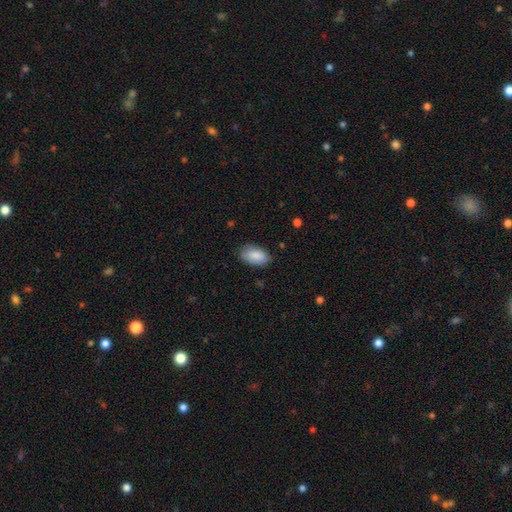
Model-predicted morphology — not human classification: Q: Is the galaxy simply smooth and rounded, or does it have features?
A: smooth — 87%.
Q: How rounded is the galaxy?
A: in between — 94%.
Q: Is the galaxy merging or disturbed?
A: none — 80%.